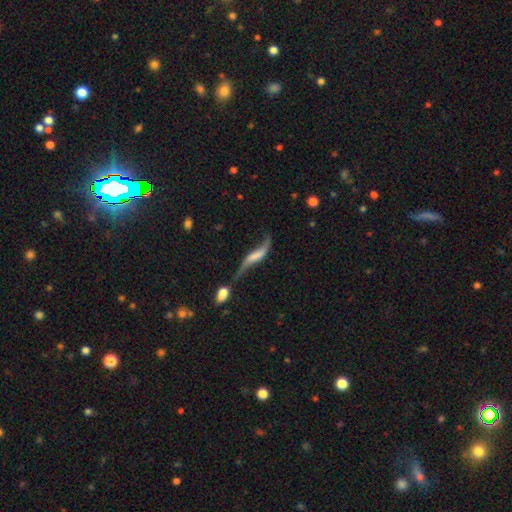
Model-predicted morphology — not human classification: This is likely a featured or disk galaxy (65%). It is likely not viewed edge-on (73%). Merging: marginally none (29%, tied with merger).